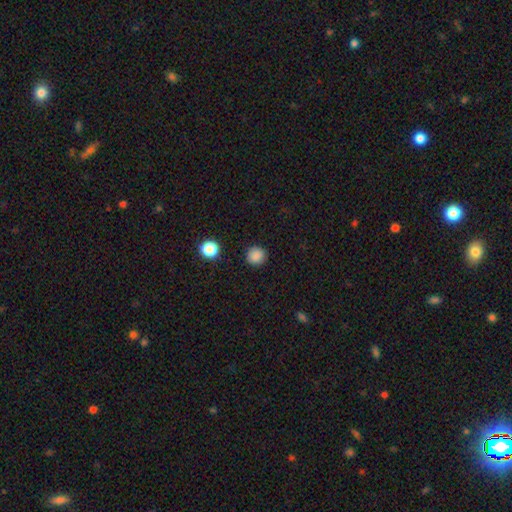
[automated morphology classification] smooth-or-featured: smooth: 86% | star or artifact: 11% | featured or disk: 3%
  how-rounded: round: 92% | in between: 7% | cigar-shaped: 1%
  merging: none: 90% | minor disturbance: 7% | major disturbance: 2% | merger: 2%